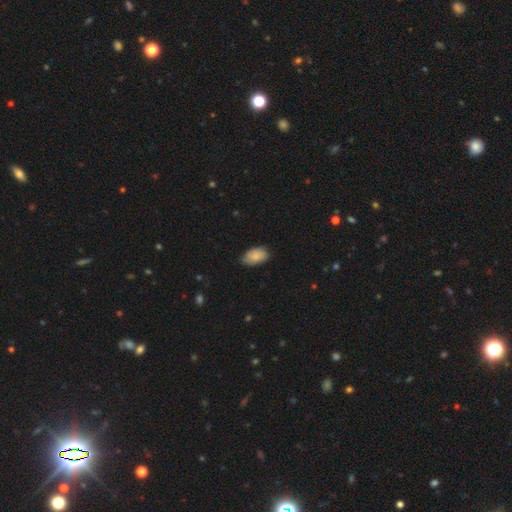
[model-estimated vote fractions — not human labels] Smooth or featured? smooth (84%)
How rounded? in between (93%)
Merging? none (71%)